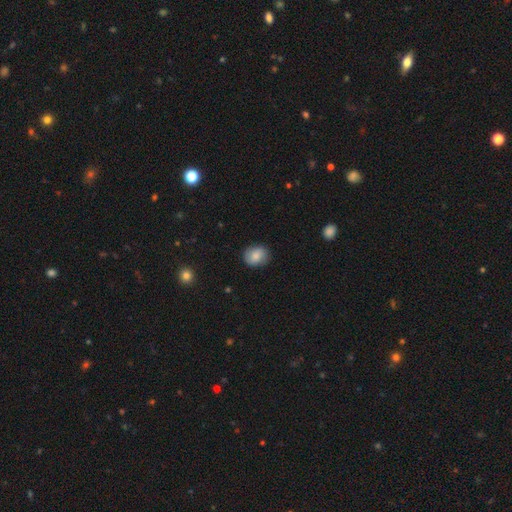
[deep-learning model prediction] Overall: smooth (81%). How rounded: round (58%; in between 41%). Merging: none (82%).